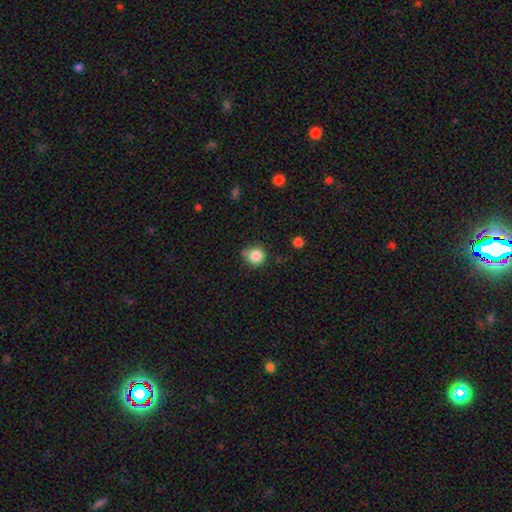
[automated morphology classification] A smooth galaxy with no disk features (85%) that is round (92%).

Vote fractions:
- Smooth or featured? smooth: 85% / star or artifact: 11% / featured or disk: 5%
- How rounded? round: 92% / in between: 7% / cigar-shaped: 1%
- Merging? none: 72% / minor disturbance: 18% / merger: 7% / major disturbance: 4%